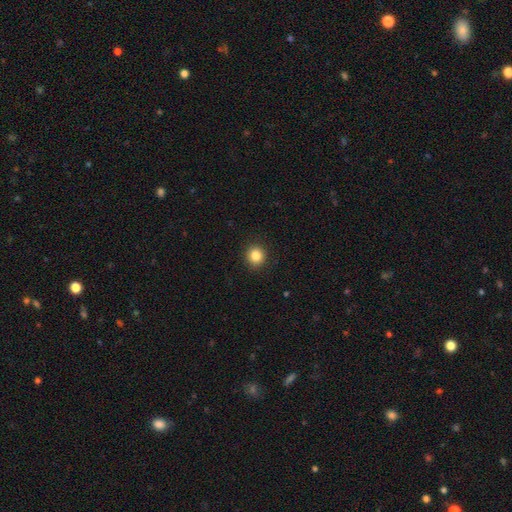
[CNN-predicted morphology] Smooth or featured: smooth — 84% (star or artifact — 11%)
How rounded: round — 90% (in between — 9%)
Merging: none — 92% (minor disturbance — 5%)